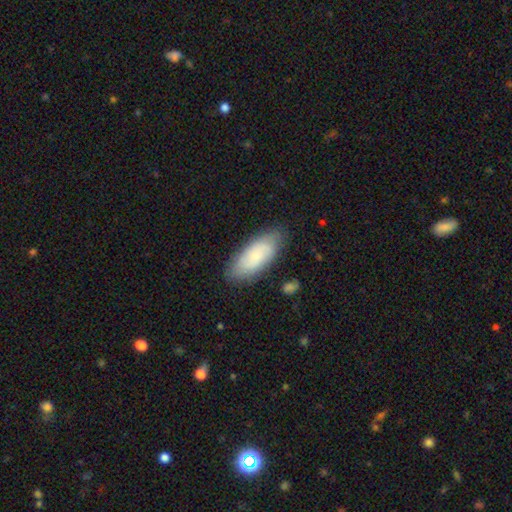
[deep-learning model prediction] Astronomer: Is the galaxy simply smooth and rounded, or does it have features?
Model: smooth — 64%.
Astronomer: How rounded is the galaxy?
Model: in between — 82%.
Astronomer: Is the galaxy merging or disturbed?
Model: none — 80%.